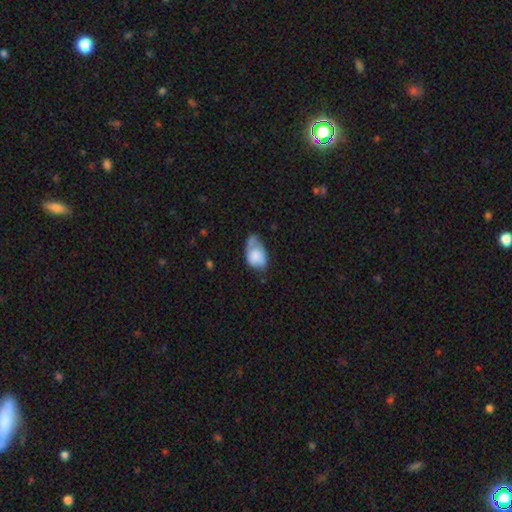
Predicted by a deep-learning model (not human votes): Smooth or featured: smooth — 70% (featured or disk — 23%)
How rounded: in between — 88% (round — 10%)
Merging: minor disturbance — 40% (none — 28%)